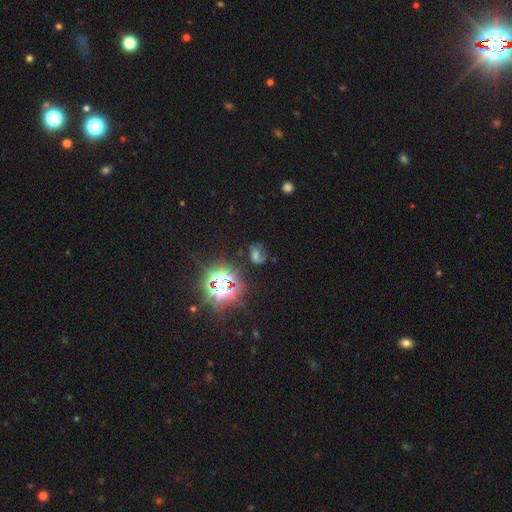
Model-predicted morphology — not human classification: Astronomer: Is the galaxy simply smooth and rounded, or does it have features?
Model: featured or disk — 37% (runner-up: star or artifact, 36%).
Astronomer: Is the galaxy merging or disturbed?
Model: none — 58%.